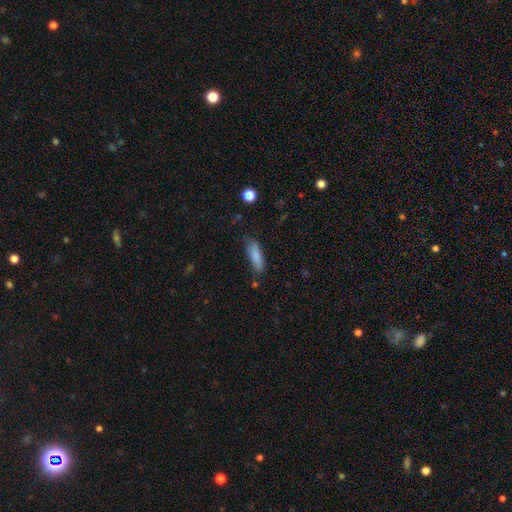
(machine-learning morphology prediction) Smooth or featured? Predicted: smooth (p=0.83). How rounded? Predicted: cigar-shaped (p=0.55). Merging? Predicted: none (p=0.70).